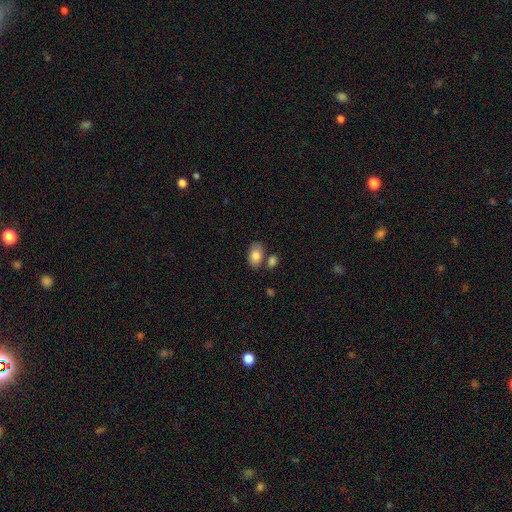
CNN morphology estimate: A smooth galaxy with no disk features (83%) that is in between round and cigar-shaped (90%).

Vote fractions:
- Smooth or featured? smooth: 83% / featured or disk: 10% / star or artifact: 7%
- How rounded? in between: 90% / round: 9% / cigar-shaped: 1%
- Merging? none: 65% / merger: 18% / minor disturbance: 13% / major disturbance: 4%